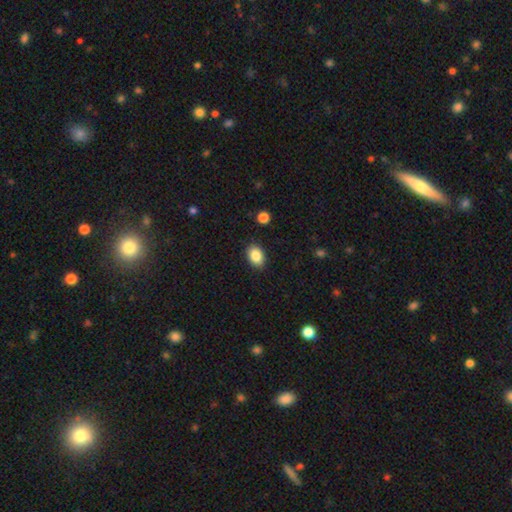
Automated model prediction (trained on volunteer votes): Smooth or featured: smooth — 86% (star or artifact — 8%)
How rounded: in between — 80% (round — 19%)
Merging: none — 88% (minor disturbance — 9%)